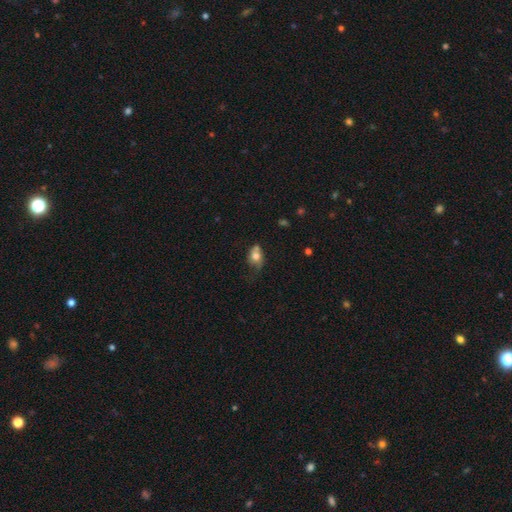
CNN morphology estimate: smooth 71%, featured or disk 20%, star or artifact 9%. Down the decision tree: how rounded — in between (70%); merging — none (35%).